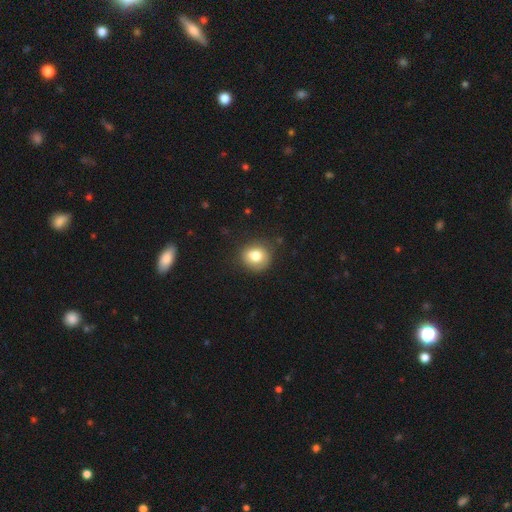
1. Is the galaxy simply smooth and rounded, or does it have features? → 87% smooth, 10% featured or disk, 3% star or artifact.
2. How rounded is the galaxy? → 94% round, 3% in between, 3% cigar-shaped.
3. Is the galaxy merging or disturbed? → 84% none, 16% minor disturbance, 0% major disturbance, 0% merger.